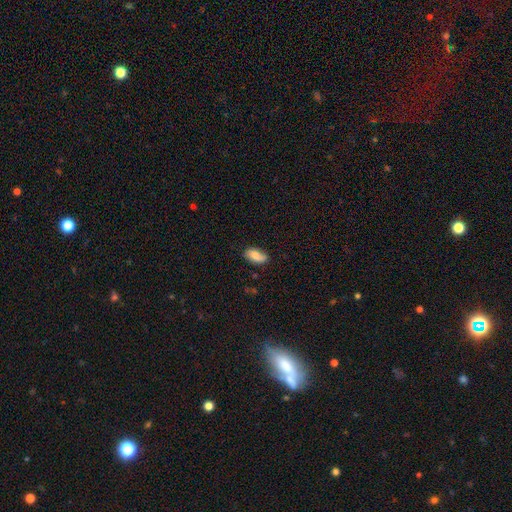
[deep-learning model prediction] Overall: smooth (72%). How rounded: in between (92%). Merging: none (75%).